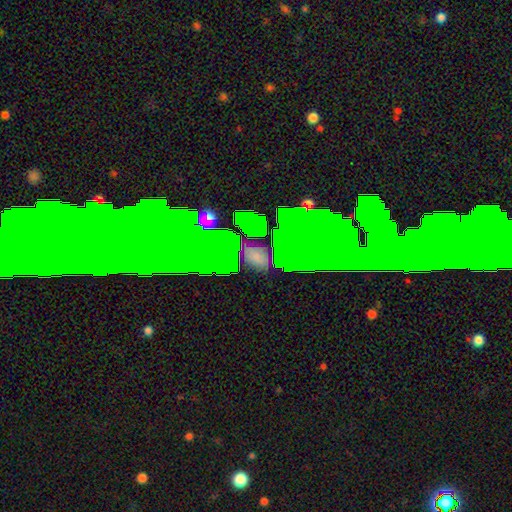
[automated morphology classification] The model was most divided on "smooth or featured": star or artifact: 68%, smooth: 16%, featured or disk: 16%.